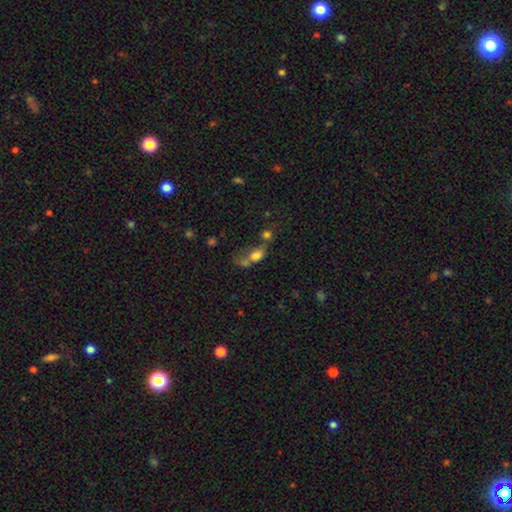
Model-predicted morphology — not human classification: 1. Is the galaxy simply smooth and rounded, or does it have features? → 71% smooth, 15% featured or disk, 13% star or artifact.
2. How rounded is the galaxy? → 73% in between, 22% round, 5% cigar-shaped.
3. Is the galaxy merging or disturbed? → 52% merger, 22% none, 14% major disturbance, 11% minor disturbance.